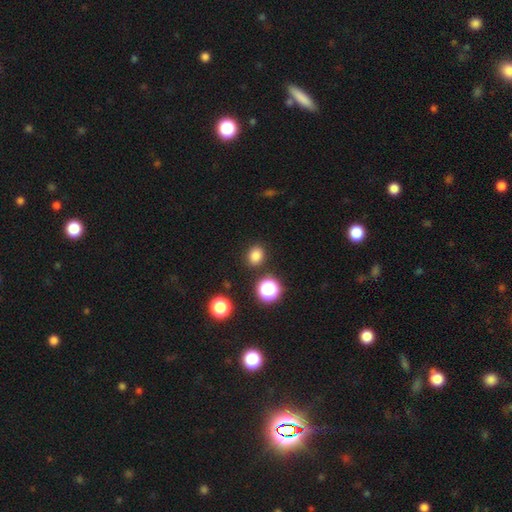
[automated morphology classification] smooth_or_featured: smooth (p=0.80) [alt: star or artifact p=0.15]
how_rounded: round (p=0.60) [alt: in between p=0.39]
merging: none (p=0.87) [alt: minor disturbance p=0.08]